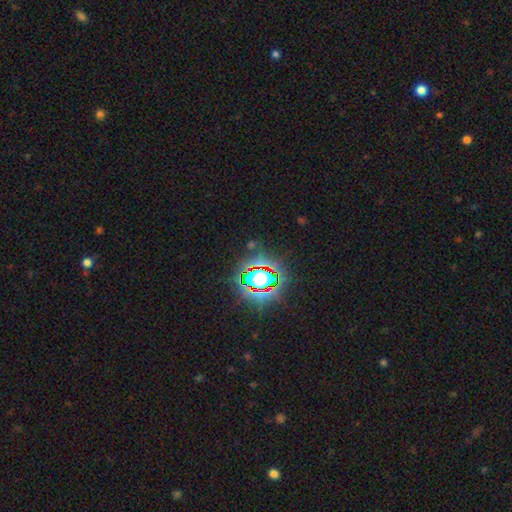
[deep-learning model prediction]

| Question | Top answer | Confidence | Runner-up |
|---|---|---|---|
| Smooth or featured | star or artifact | 82% | smooth (11%) |